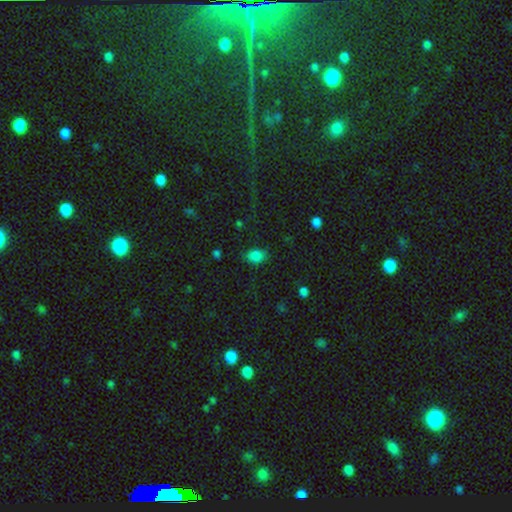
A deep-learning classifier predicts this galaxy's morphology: Smooth or featured? smooth (81%)
How rounded? in between (76%)
Merging? none (76%)